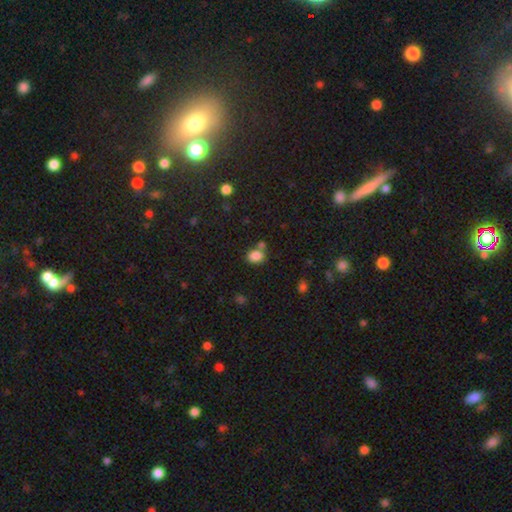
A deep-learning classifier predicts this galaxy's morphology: The model was most divided on "how rounded": in between: 53%, round: 46%, cigar-shaped: 1%. More confident: smooth or featured — smooth (84%); merging — none (57%).